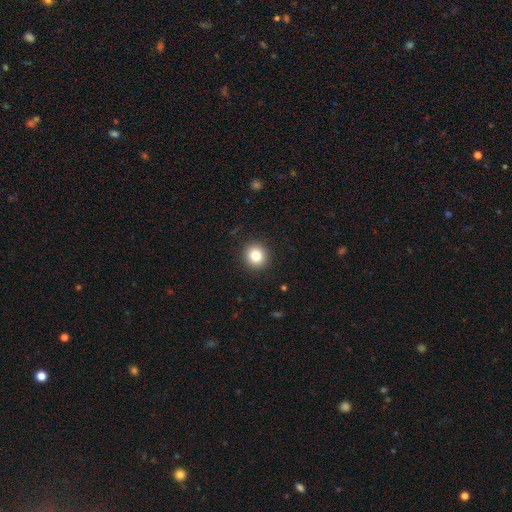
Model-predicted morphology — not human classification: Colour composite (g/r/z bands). It shows a smooth galaxy with no disk features (83%) that is round (90%). Merging: none (92%).